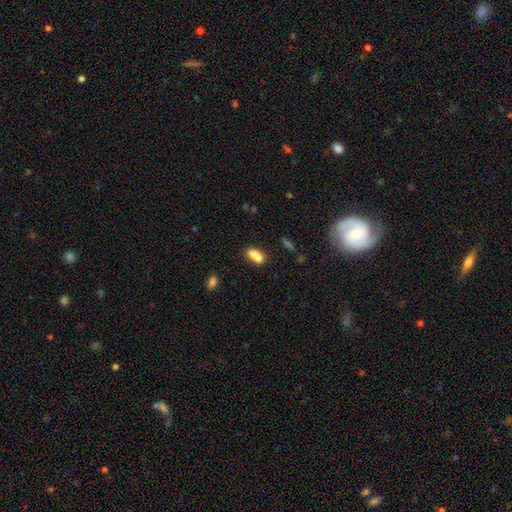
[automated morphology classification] A smooth galaxy with no disk features (76%) that is in between round and cigar-shaped (79%).

Vote fractions:
- Smooth or featured? smooth: 76% / featured or disk: 14% / star or artifact: 10%
- How rounded? in between: 79% / round: 11% / cigar-shaped: 10%
- Merging? merger: 47% / none: 36% / minor disturbance: 13% / major disturbance: 5%